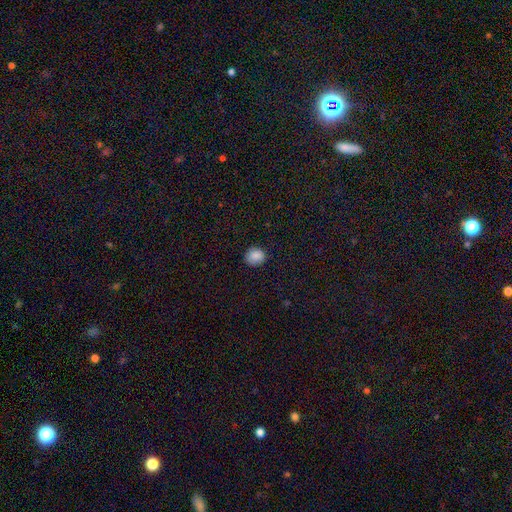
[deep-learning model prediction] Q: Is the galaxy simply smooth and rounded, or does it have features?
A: smooth — 87%.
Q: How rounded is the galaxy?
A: round — 76%.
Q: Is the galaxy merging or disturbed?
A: none — 85%.